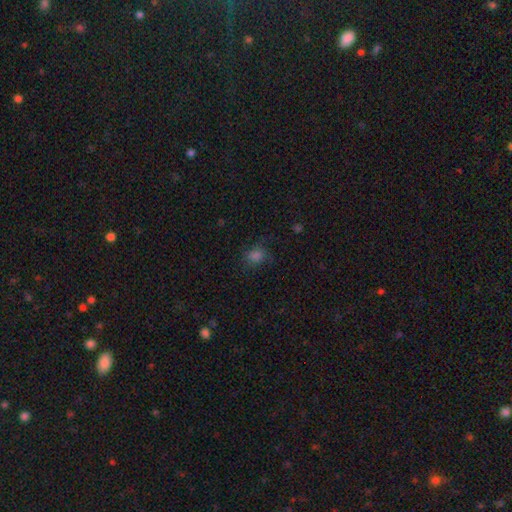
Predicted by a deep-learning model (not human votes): The model was most divided on "how rounded": round: 60%, in between: 38%, cigar-shaped: 1%. More confident: merging — none (70%); smooth or featured — smooth (70%).